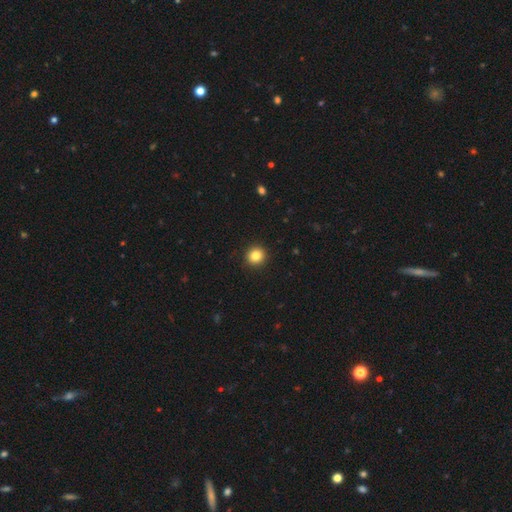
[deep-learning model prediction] This is clearly a smooth galaxy (84%). How rounded: clearly round (93%). Merging: clearly none (93%).